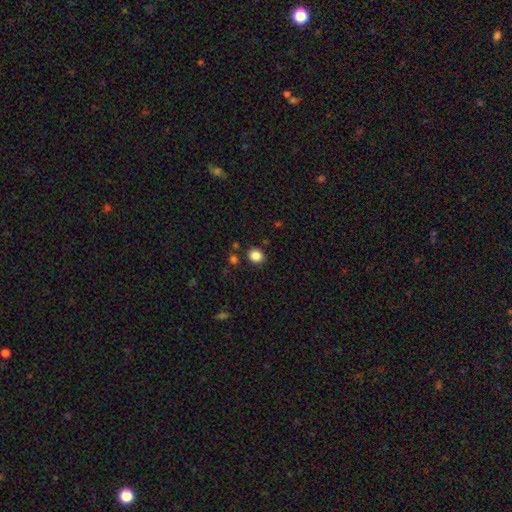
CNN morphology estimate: This appears to be a smooth galaxy with no disk features (86%) that is round (78%). Merging: none (85%).